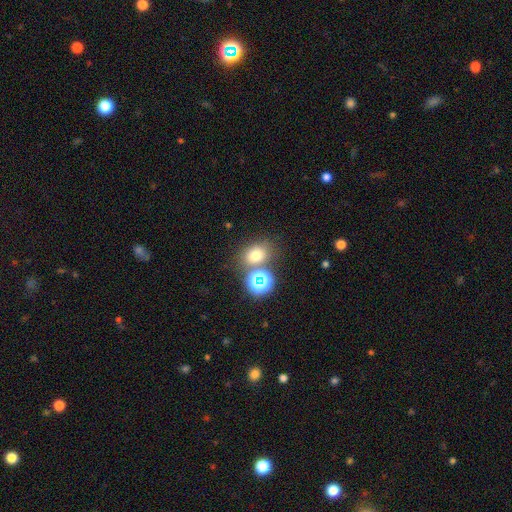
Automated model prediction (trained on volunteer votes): smooth-or-featured: smooth: 66% | star or artifact: 24% | featured or disk: 10%
  how-rounded: round: 50% | in between: 49% | cigar-shaped: 1%
  merging: none: 65% | merger: 19% | minor disturbance: 11% | major disturbance: 5%